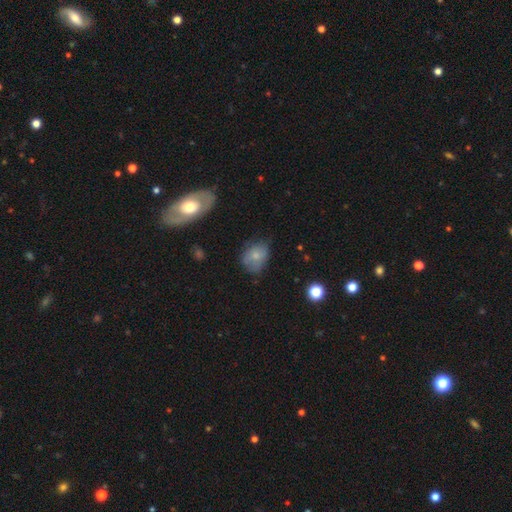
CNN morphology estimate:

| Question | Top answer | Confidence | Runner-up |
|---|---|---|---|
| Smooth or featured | smooth | 72% | featured or disk (18%) |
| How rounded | in between | 59% | round (40%) |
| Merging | none | 53% | minor disturbance (32%) |